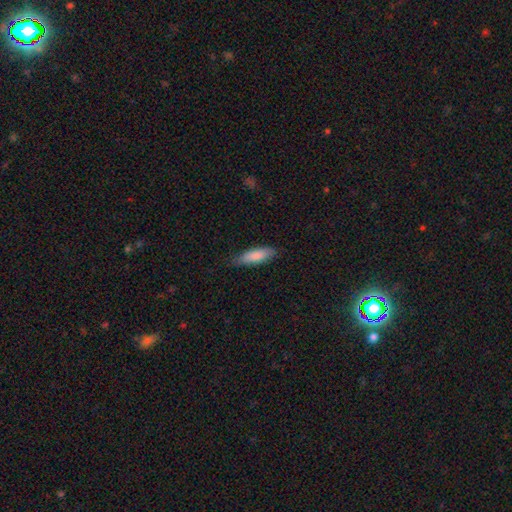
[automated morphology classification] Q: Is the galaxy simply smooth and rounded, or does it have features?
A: smooth — 84%.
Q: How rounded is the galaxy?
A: cigar-shaped — 51%.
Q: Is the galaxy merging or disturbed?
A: none — 79%.